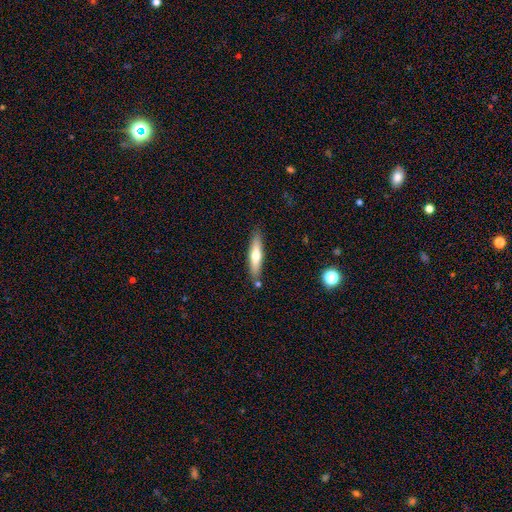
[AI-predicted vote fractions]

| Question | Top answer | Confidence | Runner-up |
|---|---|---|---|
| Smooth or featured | smooth | 57% | featured or disk (37%) |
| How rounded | cigar-shaped | 82% | in between (17%) |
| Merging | none | 82% | minor disturbance (11%) |